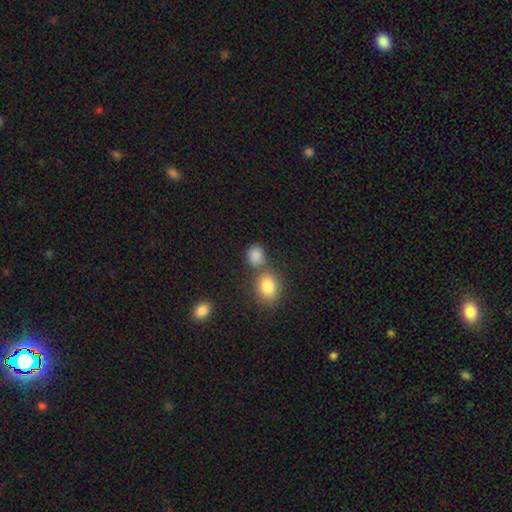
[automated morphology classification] This is clearly a smooth galaxy (84%). How rounded: likely round (62%). Merging: possibly none (58%).